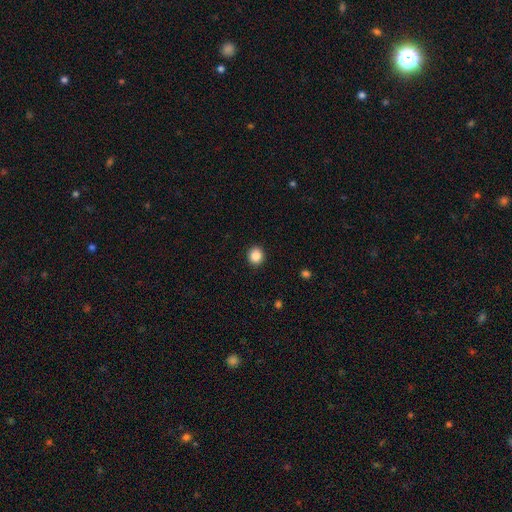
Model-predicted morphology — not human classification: Overall: smooth (86%). How rounded: round (88%). Merging: none (92%).